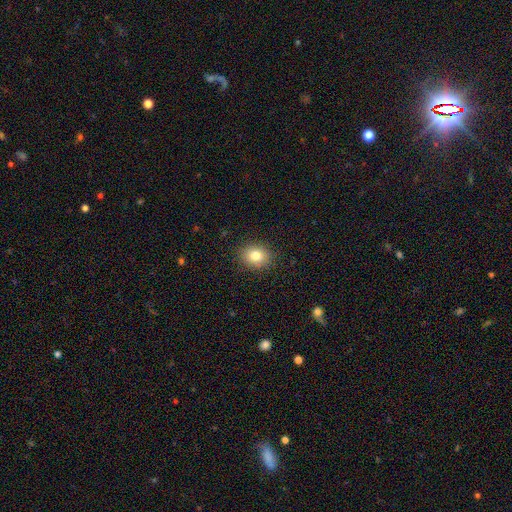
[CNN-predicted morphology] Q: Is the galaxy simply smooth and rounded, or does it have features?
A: smooth — 81%.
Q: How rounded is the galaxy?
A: round — 54%.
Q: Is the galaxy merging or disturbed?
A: none — 89%.